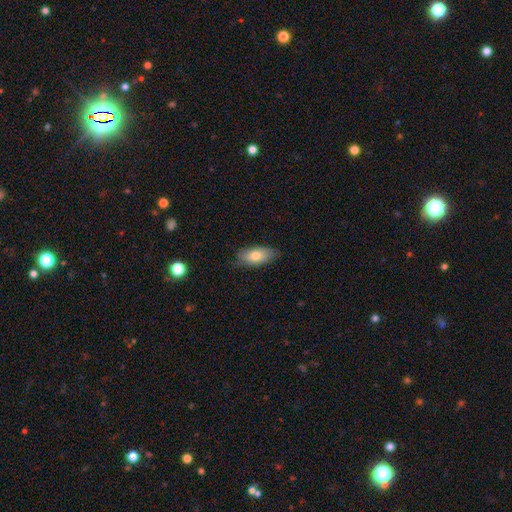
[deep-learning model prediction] A smooth galaxy with no disk features (75%) that is in between round and cigar-shaped (87%).

Vote fractions:
- Smooth or featured? smooth: 75% / featured or disk: 19% / star or artifact: 7%
- How rounded? in between: 87% / cigar-shaped: 9% / round: 4%
- Merging? none: 78% / minor disturbance: 18% / major disturbance: 3% / merger: 1%